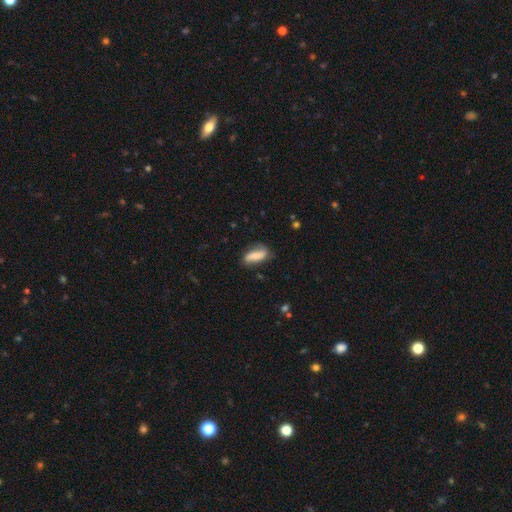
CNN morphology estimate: smooth_or_featured: smooth (p=0.72) [alt: featured or disk p=0.20]
how_rounded: in between (p=0.71) [alt: cigar-shaped p=0.25]
merging: none (p=0.65) [alt: minor disturbance p=0.25]